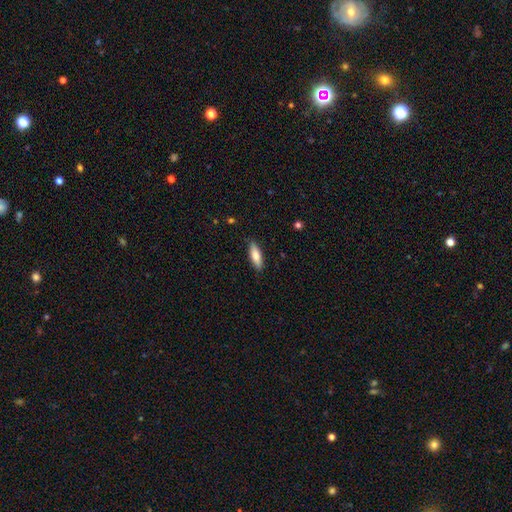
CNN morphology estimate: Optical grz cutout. It shows a smooth galaxy with no disk features (74%) that is in between round and cigar-shaped (53%). Merging: none (87%).